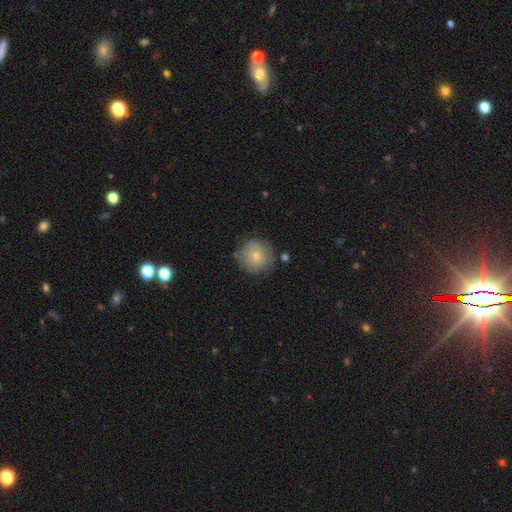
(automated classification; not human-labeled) Morphology: type=smooth (75%); roundness=round (95%); merging=none (79%).